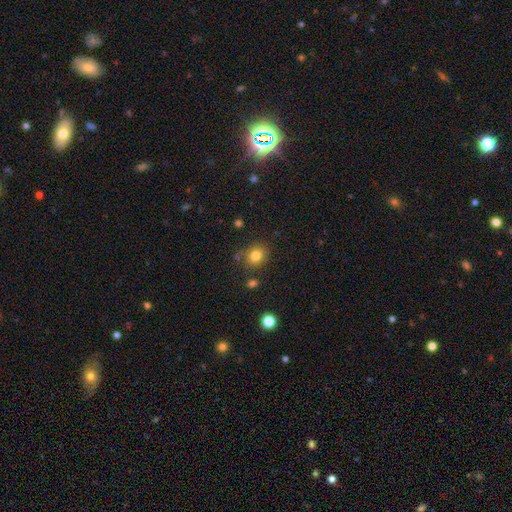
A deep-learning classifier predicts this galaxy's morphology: A smooth galaxy with no disk features (80%) that is round (62%). Merging: none (76%).